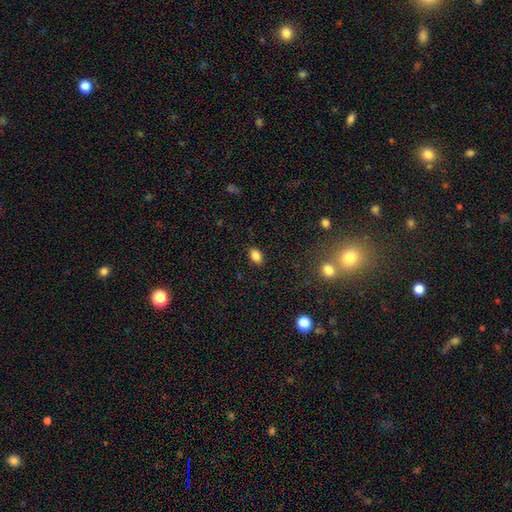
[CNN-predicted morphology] smooth-or-featured: smooth: 84% | star or artifact: 10% | featured or disk: 6%
  how-rounded: in between: 88% | round: 10% | cigar-shaped: 2%
  merging: none: 87% | minor disturbance: 9% | major disturbance: 2% | merger: 1%